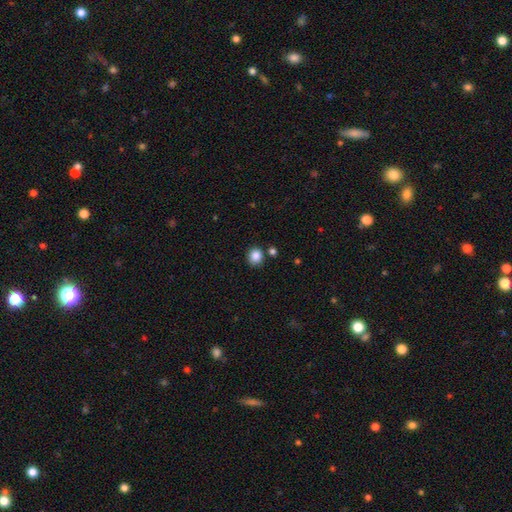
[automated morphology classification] Smooth or featured? smooth (86%)
How rounded? round (81%)
Merging? none (81%)